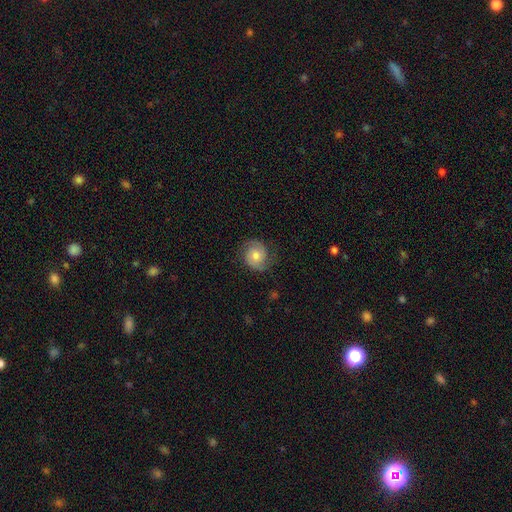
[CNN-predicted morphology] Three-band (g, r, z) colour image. It shows a featured or disk galaxy (65%) with no bar (68%), 2 (87%) tight (46%) spiral arms (93%) and a moderate central bulge (63%). Merging: none (78%).